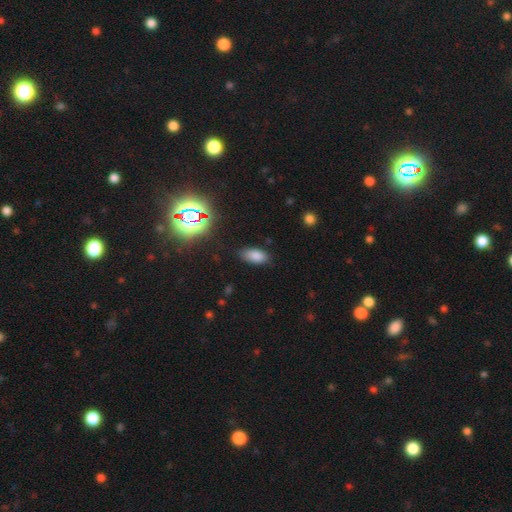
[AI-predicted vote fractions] Q: Smooth or featured?
A: smooth (80%); runner-up: star or artifact (13%)
Q: How rounded?
A: in between (91%); runner-up: cigar-shaped (5%)
Q: Merging?
A: none (79%); runner-up: minor disturbance (16%)